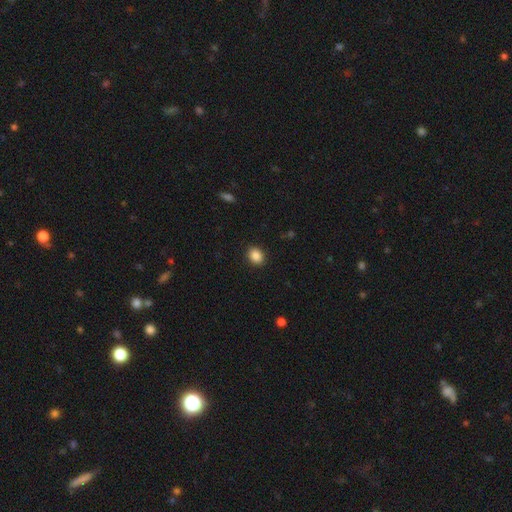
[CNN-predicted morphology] Smooth or featured? smooth (88%)
How rounded? round (51%)
Merging? none (90%)